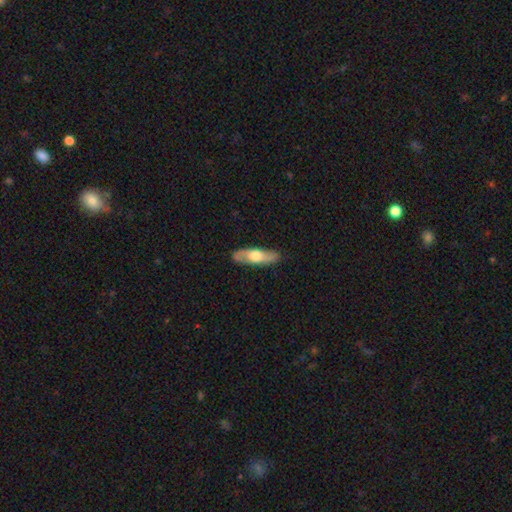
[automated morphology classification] Q: Smooth or featured?
A: featured or disk (51%); runner-up: smooth (44%)
Q: Edge-on disk?
A: no (54%); runner-up: yes (46%)
Q: Merging?
A: none (85%); runner-up: minor disturbance (11%)